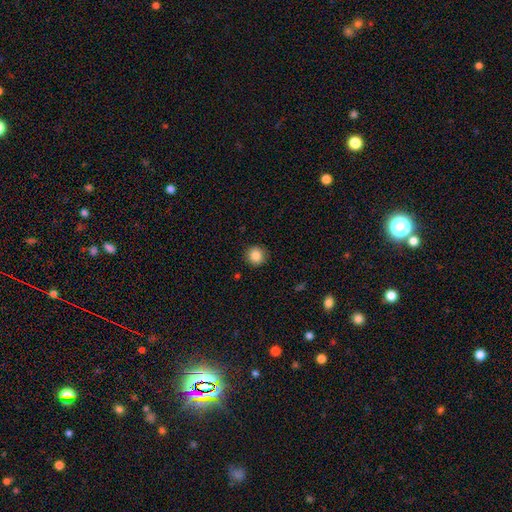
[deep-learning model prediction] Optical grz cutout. It shows a smooth galaxy with no disk features (87%) that is round (93%). Merging: none (90%).